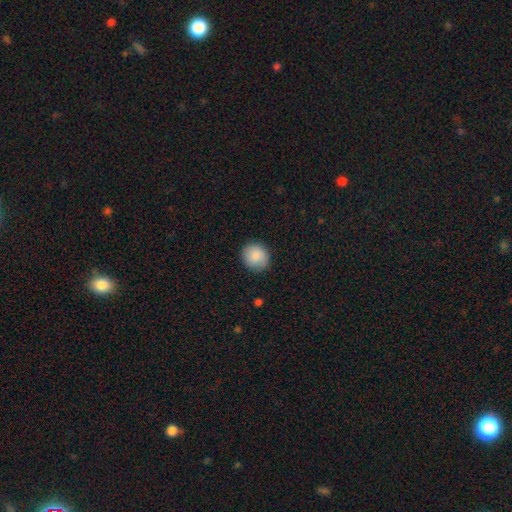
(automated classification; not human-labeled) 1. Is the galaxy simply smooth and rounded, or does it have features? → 87% smooth, 7% star or artifact, 6% featured or disk.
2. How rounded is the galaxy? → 85% round, 14% in between, 1% cigar-shaped.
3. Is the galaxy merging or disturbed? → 86% none, 10% minor disturbance, 2% major disturbance, 1% merger.